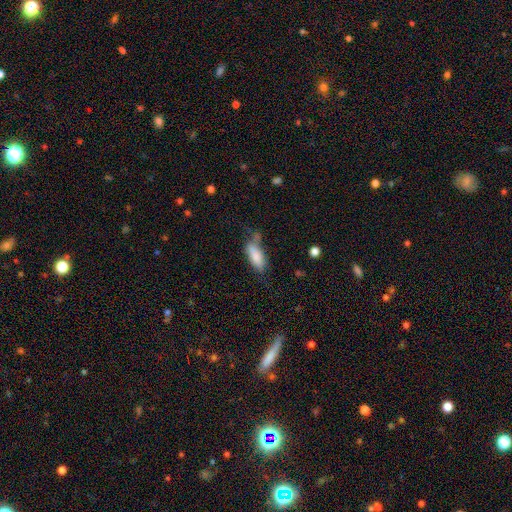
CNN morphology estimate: A smooth galaxy with no disk features (80%) that is in between round and cigar-shaped (76%). Merging: none (42%).